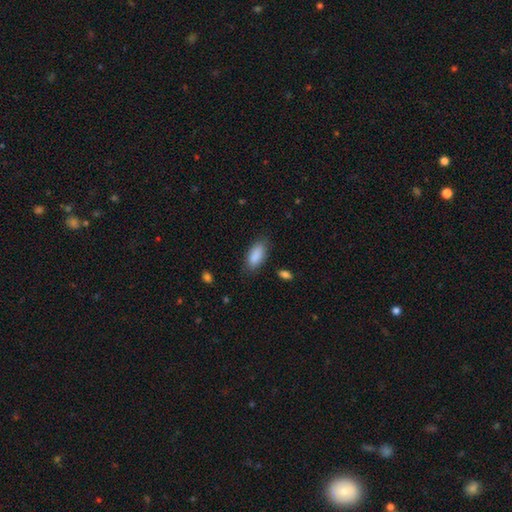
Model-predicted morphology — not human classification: Smooth or featured?
  - smooth: 89% *
  - star or artifact: 7%
  - featured or disk: 5%
How rounded?
  - in between: 87% *
  - cigar-shaped: 11%
  - round: 2%
Merging?
  - none: 81% *
  - minor disturbance: 14%
  - major disturbance: 3%
  - merger: 2%